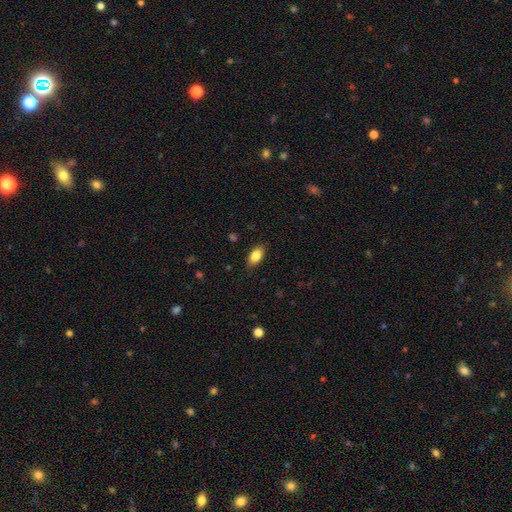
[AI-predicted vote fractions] smooth-or-featured: smooth: 85% | star or artifact: 8% | featured or disk: 8%
  how-rounded: in between: 90% | round: 6% | cigar-shaped: 4%
  merging: none: 83% | minor disturbance: 14% | major disturbance: 3% | merger: 1%